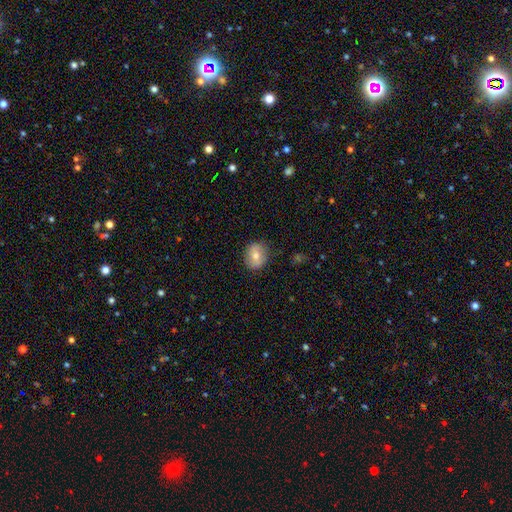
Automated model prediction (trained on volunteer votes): A smooth galaxy with no disk features (62%) that is round (55%).

Vote fractions:
- Smooth or featured? smooth: 62% / featured or disk: 29% / star or artifact: 10%
- How rounded? round: 55% / in between: 44% / cigar-shaped: 1%
- Merging? none: 85% / minor disturbance: 11% / major disturbance: 3% / merger: 1%